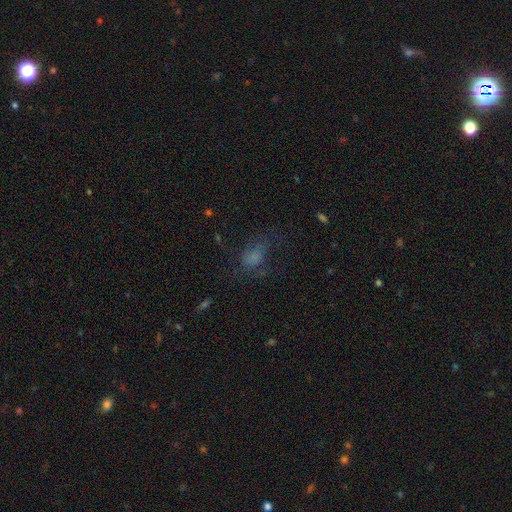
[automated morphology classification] Smooth or featured? smooth (57%)
How rounded? in between (73%)
Merging? none (43%)